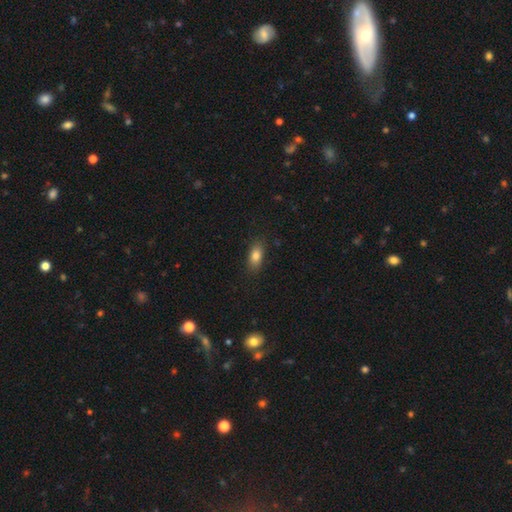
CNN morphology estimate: smooth 83%, featured or disk 9%, star or artifact 8%. Down the decision tree: how rounded — in between (85%); merging — none (85%).